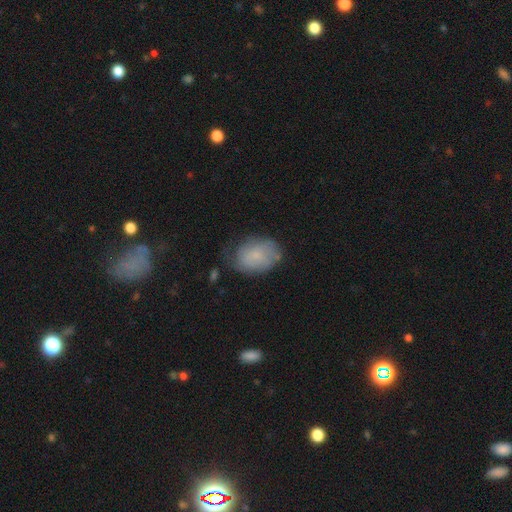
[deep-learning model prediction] smooth_or_featured: smooth (p=0.62) [alt: featured or disk p=0.30]
how_rounded: in between (p=0.75) [alt: round p=0.24]
merging: none (p=0.56) [alt: minor disturbance p=0.30]